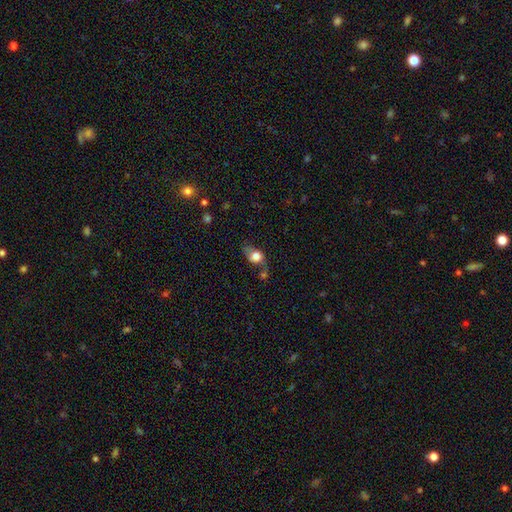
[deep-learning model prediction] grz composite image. It shows a smooth galaxy with no disk features (72%) that is in between round and cigar-shaped (58%). Merging: none (41%).